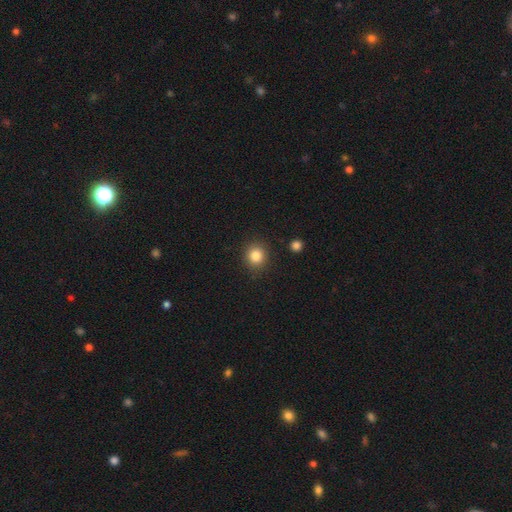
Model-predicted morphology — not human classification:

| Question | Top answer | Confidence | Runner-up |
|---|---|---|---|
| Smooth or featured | smooth | 84% | star or artifact (11%) |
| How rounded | round | 85% | in between (14%) |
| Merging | none | 88% | minor disturbance (7%) |